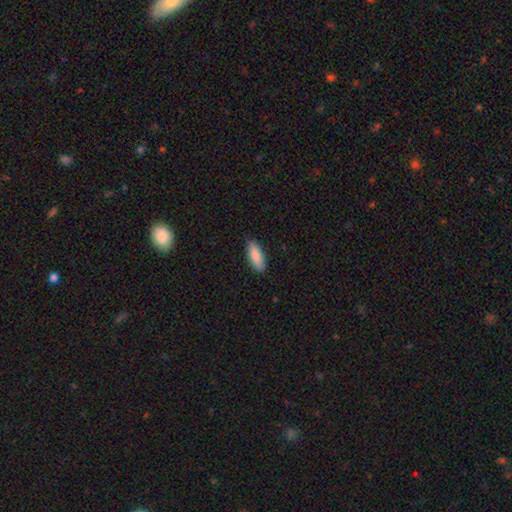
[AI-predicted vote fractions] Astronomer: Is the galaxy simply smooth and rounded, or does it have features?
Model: smooth — 87%.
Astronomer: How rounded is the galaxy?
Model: in between — 76%.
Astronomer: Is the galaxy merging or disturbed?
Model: none — 86%.